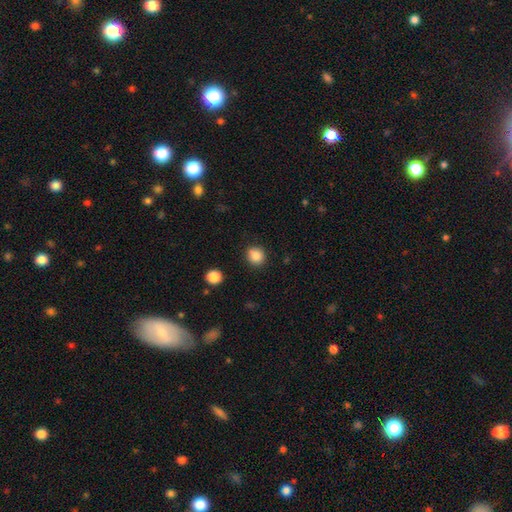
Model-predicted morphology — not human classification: Smooth or featured: smooth — 86% (star or artifact — 10%)
How rounded: round — 85% (in between — 14%)
Merging: none — 87% (minor disturbance — 9%)